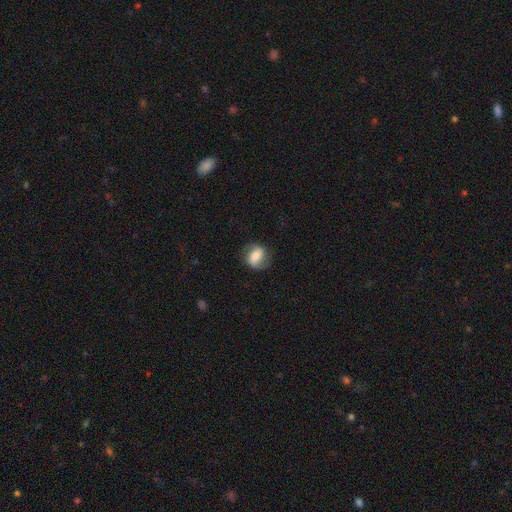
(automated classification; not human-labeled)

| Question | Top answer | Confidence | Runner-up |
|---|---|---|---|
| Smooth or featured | smooth | 49% | featured or disk (43%) |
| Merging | none | 75% | minor disturbance (17%) |